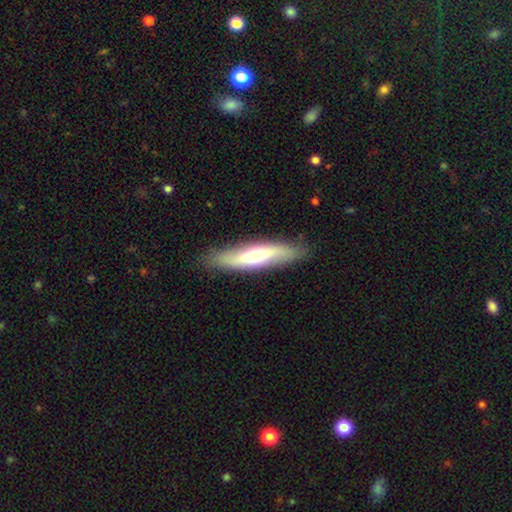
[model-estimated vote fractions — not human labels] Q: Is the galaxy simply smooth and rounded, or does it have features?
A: smooth — 49%.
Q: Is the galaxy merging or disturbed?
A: none — 85%.